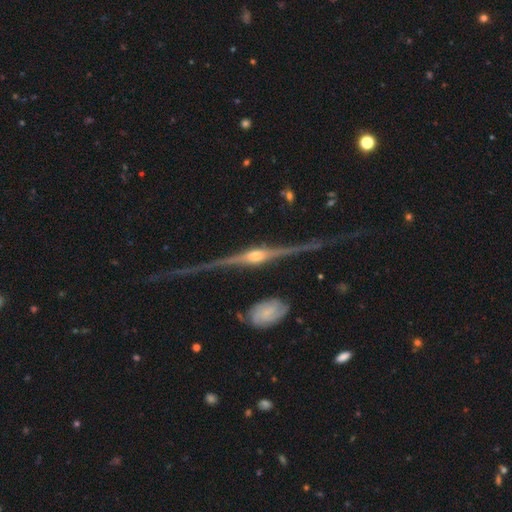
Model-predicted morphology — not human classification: type=featured or disk (92%); edge-on=yes (96%); edge-on bulge=rounded (92%); merging=none (75%).